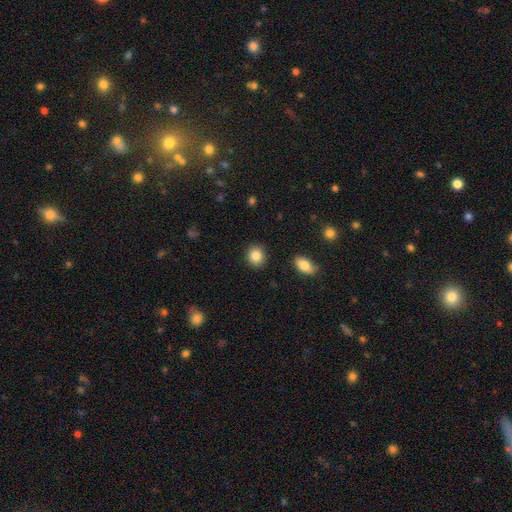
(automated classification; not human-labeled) Smooth or featured? smooth (86%)
How rounded? round (78%)
Merging? none (91%)